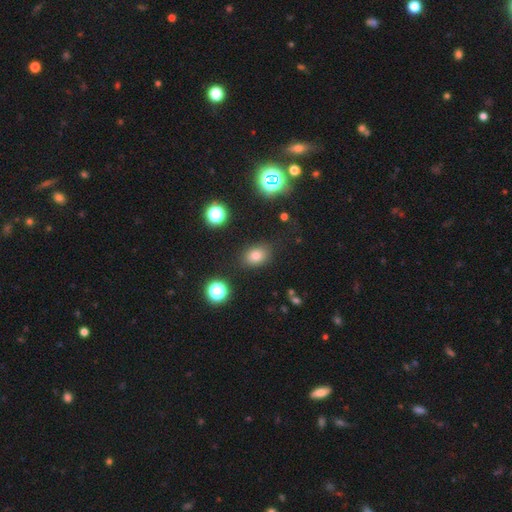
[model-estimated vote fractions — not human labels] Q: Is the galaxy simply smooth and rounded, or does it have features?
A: smooth — 75%.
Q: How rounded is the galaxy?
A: in between — 67%.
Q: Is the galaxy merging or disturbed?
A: none — 84%.